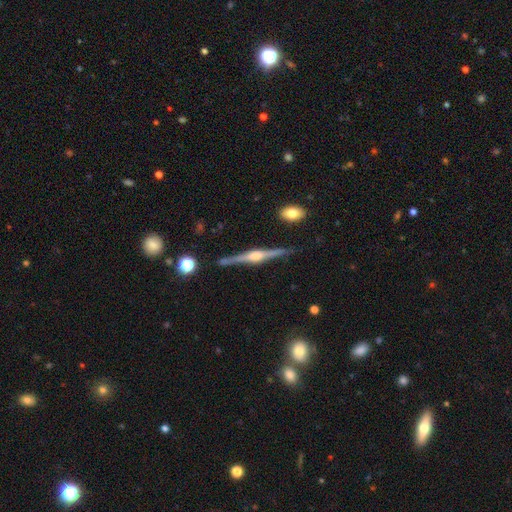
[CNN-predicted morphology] A featured or disk galaxy (88%) viewed edge-on (98%) with a rounded central bulge (89%). Merging: none (89%).